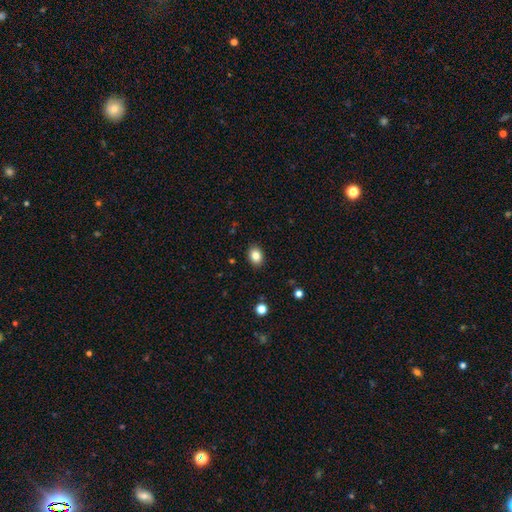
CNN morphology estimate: smooth_or_featured: smooth (p=0.84) [alt: star or artifact p=0.09]
how_rounded: in between (p=0.69) [alt: round p=0.30]
merging: none (p=0.89) [alt: minor disturbance p=0.08]